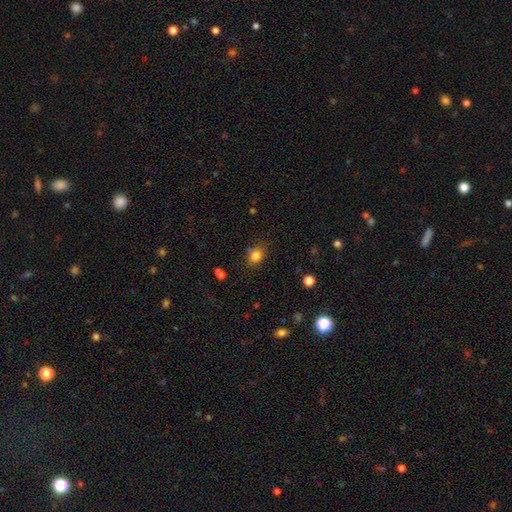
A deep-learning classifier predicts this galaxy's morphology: type=smooth (81%); roundness=round (51%); merging=none (69%).